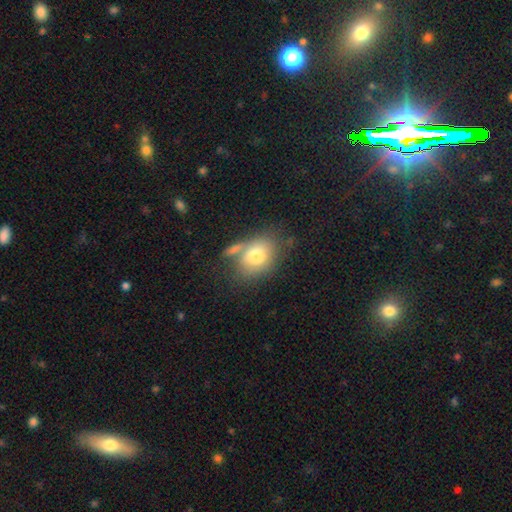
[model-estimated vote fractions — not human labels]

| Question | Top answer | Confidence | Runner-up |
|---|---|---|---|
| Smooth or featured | smooth | 75% | featured or disk (16%) |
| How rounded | in between | 67% | round (32%) |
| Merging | none | 50% | merger (22%) |